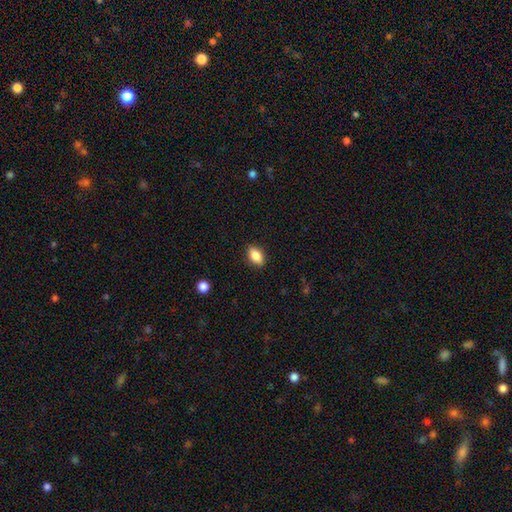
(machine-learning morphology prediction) smooth_or_featured: smooth (p=0.82) [alt: featured or disk p=0.10]
how_rounded: in between (p=0.86) [alt: round p=0.08]
merging: none (p=0.87) [alt: minor disturbance p=0.09]